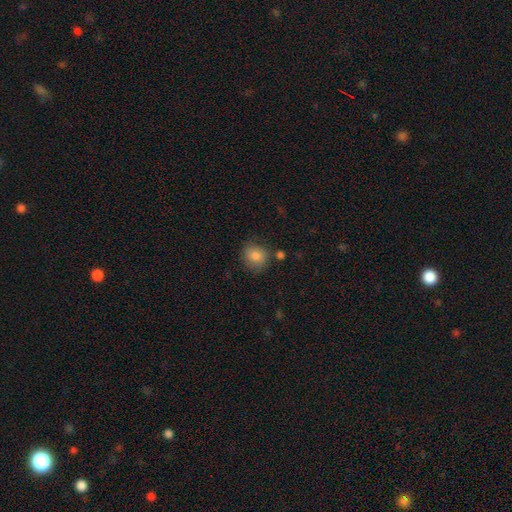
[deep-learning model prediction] This is clearly a smooth galaxy (83%). How rounded: likely round (76%). Merging: likely none (76%).